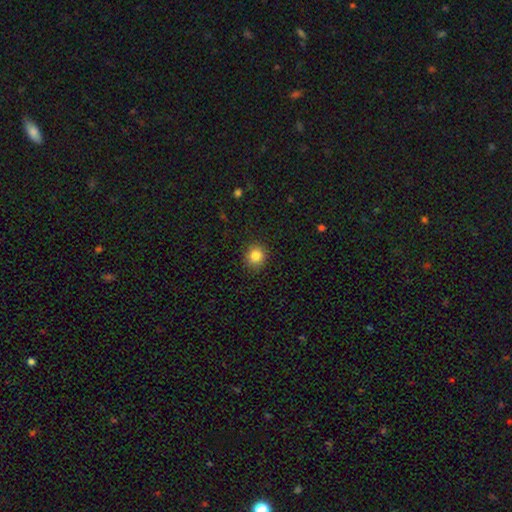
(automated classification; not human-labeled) This is clearly a smooth galaxy (84%). How rounded: clearly round (88%). Merging: clearly none (90%).